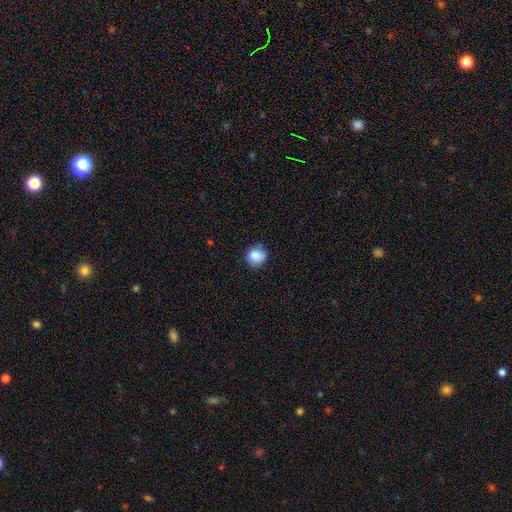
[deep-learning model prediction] Smooth or featured: smooth — 86% (star or artifact — 9%)
How rounded: round — 87% (in between — 12%)
Merging: none — 75% (minor disturbance — 20%)